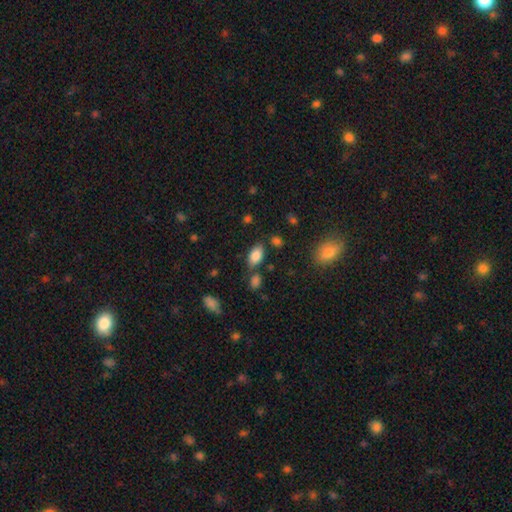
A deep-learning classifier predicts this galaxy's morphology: Smooth or featured?
  - smooth: 83% *
  - star or artifact: 9%
  - featured or disk: 8%
How rounded?
  - in between: 92% *
  - round: 4%
  - cigar-shaped: 3%
Merging?
  - none: 69% *
  - minor disturbance: 15%
  - merger: 11%
  - major disturbance: 5%